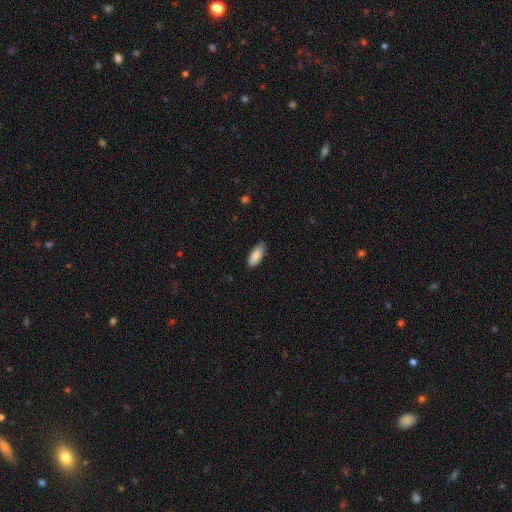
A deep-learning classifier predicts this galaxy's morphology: This appears to be a smooth galaxy with no disk features (88%) that is in between round and cigar-shaped (80%). Merging: none (81%).